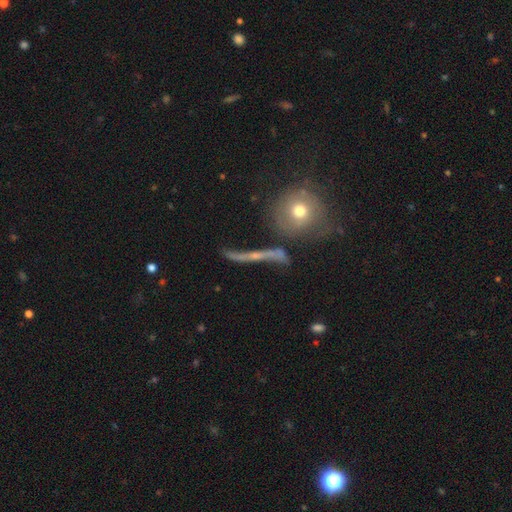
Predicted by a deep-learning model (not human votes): Smooth or featured? Predicted: featured or disk (p=0.46). Merging? Predicted: none (p=0.70).